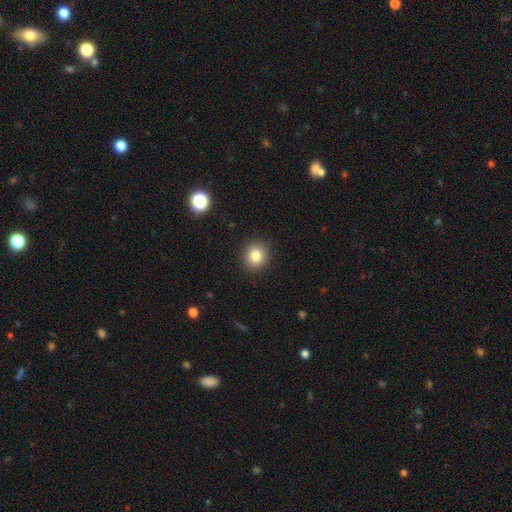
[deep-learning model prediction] smooth 82%, star or artifact 11%, featured or disk 7%. Down the decision tree: how rounded — round (81%); merging — none (90%).